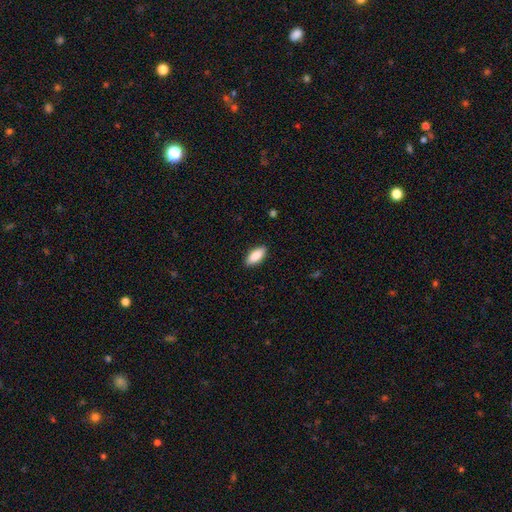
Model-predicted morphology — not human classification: smooth 87%, featured or disk 7%, star or artifact 6%. Down the decision tree: how rounded — in between (85%); merging — none (88%).